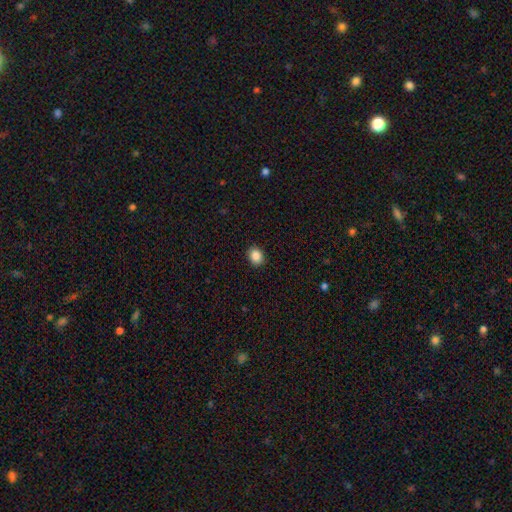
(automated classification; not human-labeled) Smooth or featured? smooth (88%)
How rounded? round (52%)
Merging? none (91%)